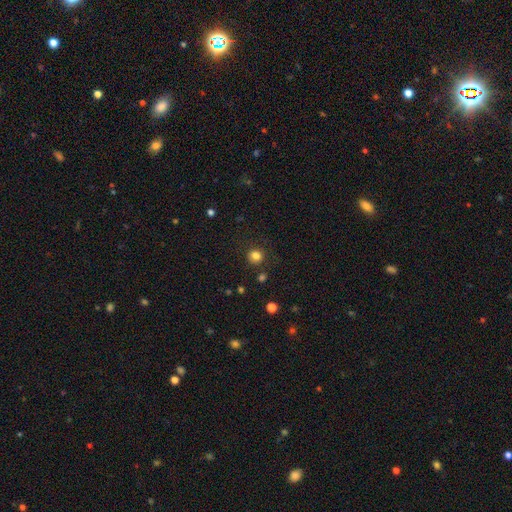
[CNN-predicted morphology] The model was most divided on "smooth or featured": smooth: 82%, star or artifact: 13%, featured or disk: 5%. More confident: how rounded — round (90%); merging — none (86%).